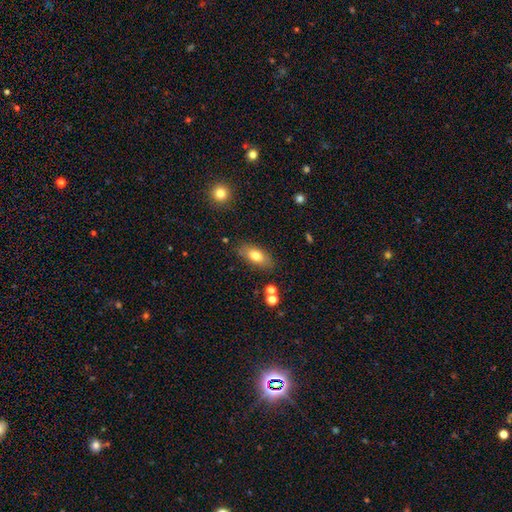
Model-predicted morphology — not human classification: type=smooth (74%); roundness=in between (86%); merging=none (80%).